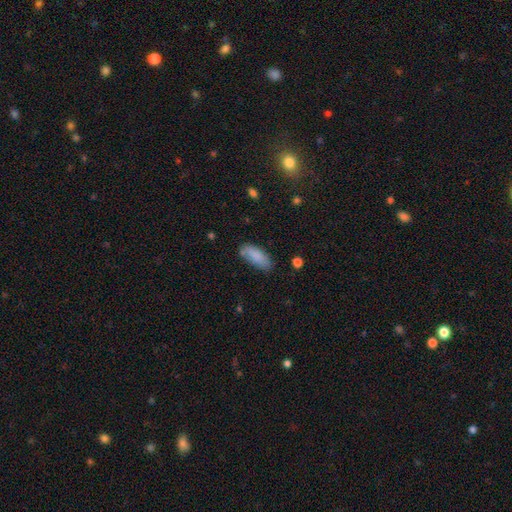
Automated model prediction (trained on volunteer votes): Smooth or featured: smooth — 84% (featured or disk — 10%)
How rounded: in between — 80% (cigar-shaped — 18%)
Merging: none — 70% (minor disturbance — 22%)